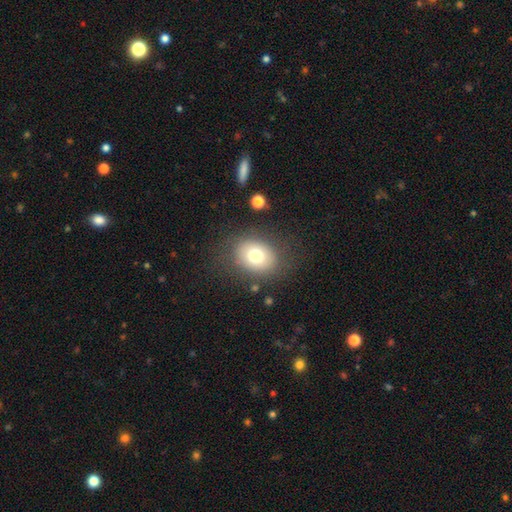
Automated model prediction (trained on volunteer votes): Smooth or featured?
  - smooth: 74% *
  - featured or disk: 16%
  - star or artifact: 11%
How rounded?
  - in between: 56% *
  - round: 43%
  - cigar-shaped: 1%
Merging?
  - none: 79% *
  - minor disturbance: 12%
  - major disturbance: 7%
  - merger: 2%